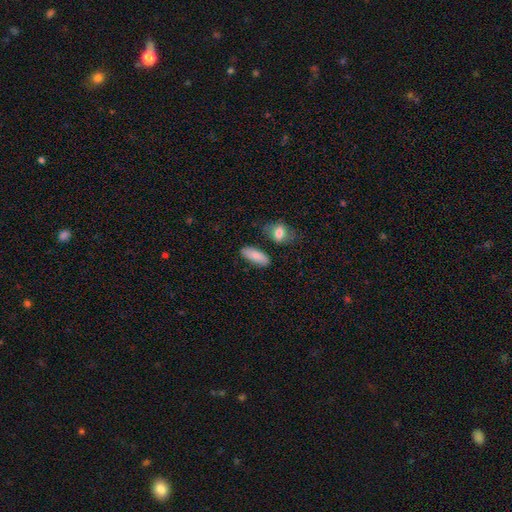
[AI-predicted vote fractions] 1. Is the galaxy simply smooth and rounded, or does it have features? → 85% smooth, 8% featured or disk, 6% star or artifact.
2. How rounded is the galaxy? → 79% in between, 18% cigar-shaped, 3% round.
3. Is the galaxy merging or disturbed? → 78% none, 13% minor disturbance, 6% merger, 3% major disturbance.